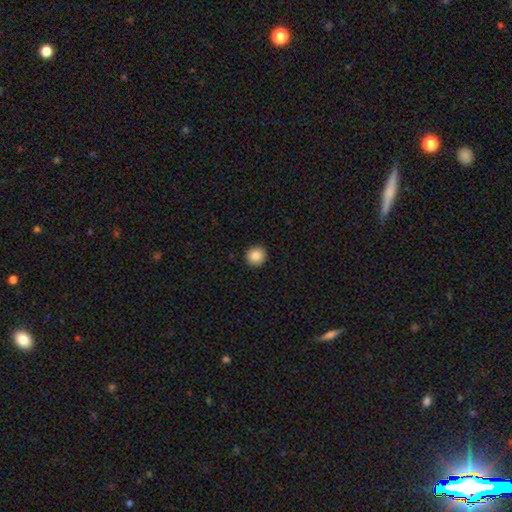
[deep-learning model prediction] Morphology: type=smooth (87%); roundness=round (94%); merging=none (93%).